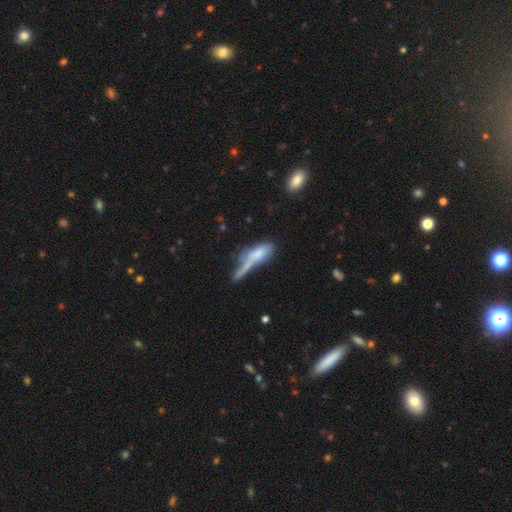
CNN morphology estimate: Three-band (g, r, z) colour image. It shows a smooth galaxy with no disk features (66%) that is cigar-shaped (50%). Merging: merger (35%).